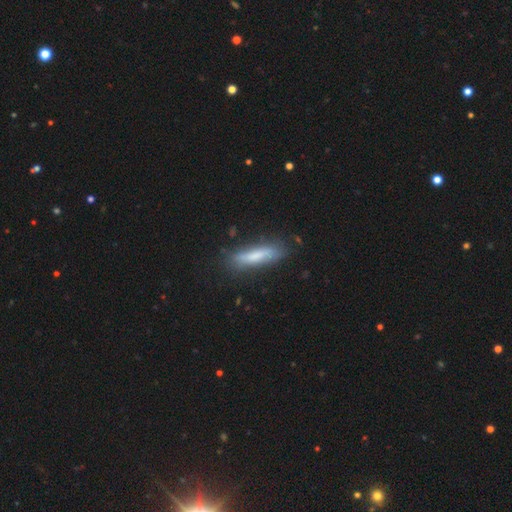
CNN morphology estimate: The model was most divided on "smooth or featured": smooth: 69%, featured or disk: 24%, star or artifact: 7%. More confident: how rounded — cigar-shaped (80%); merging — none (76%).